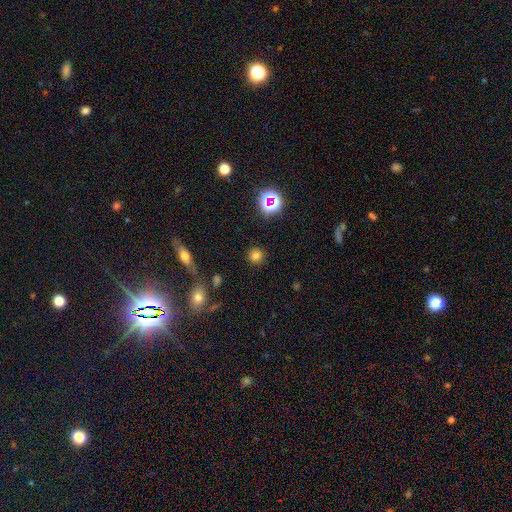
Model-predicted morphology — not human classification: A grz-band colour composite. It shows a smooth galaxy with no disk features (76%) that is round (92%). Merging: none (89%).